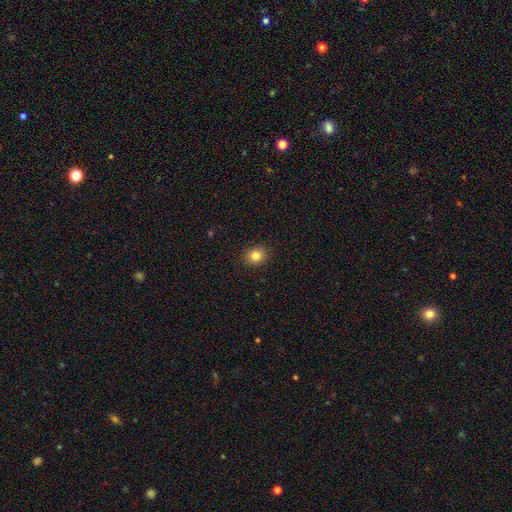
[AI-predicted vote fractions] smooth_or_featured: smooth (p=0.83) [alt: star or artifact p=0.11]
how_rounded: round (p=0.76) [alt: in between p=0.23]
merging: none (p=0.91) [alt: minor disturbance p=0.06]